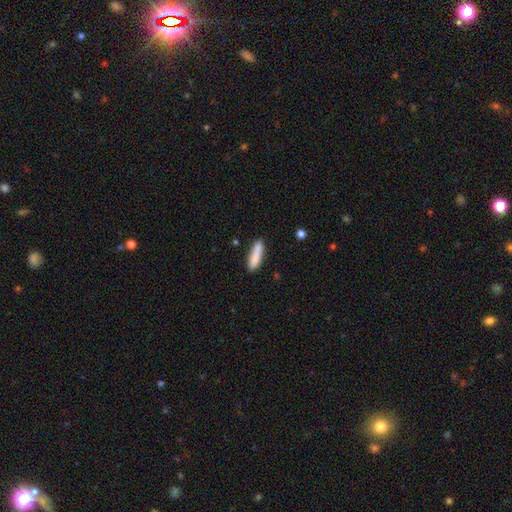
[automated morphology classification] Smooth or featured? Predicted: smooth (p=0.87). How rounded? Predicted: cigar-shaped (p=0.72). Merging? Predicted: none (p=0.84).